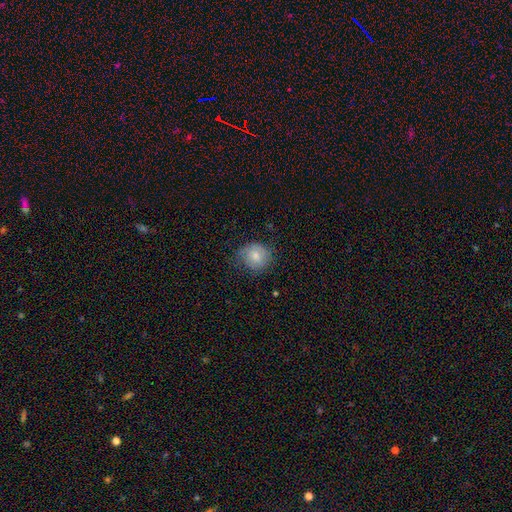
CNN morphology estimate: Smooth or featured? smooth (72%)
How rounded? round (77%)
Merging? none (63%)